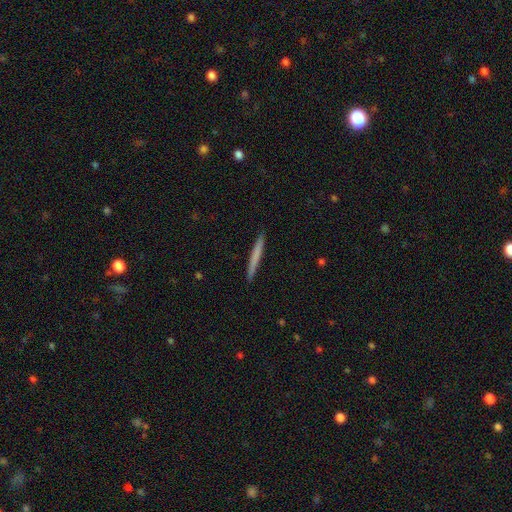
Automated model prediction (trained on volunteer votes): Smooth or featured? smooth (66%)
How rounded? cigar-shaped (97%)
Merging? none (92%)